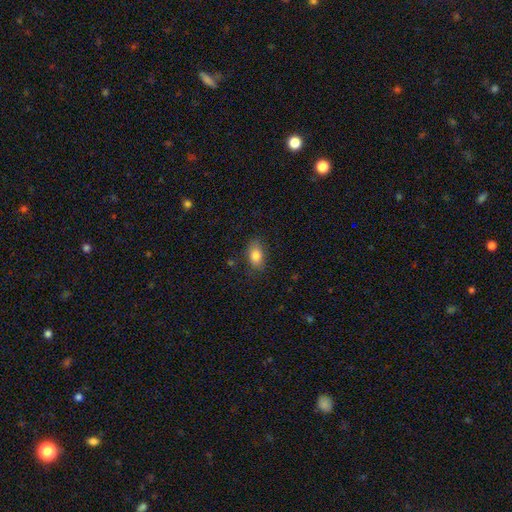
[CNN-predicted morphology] A smooth galaxy with no disk features (83%) that is in between round and cigar-shaped (86%). Merging: none (81%).